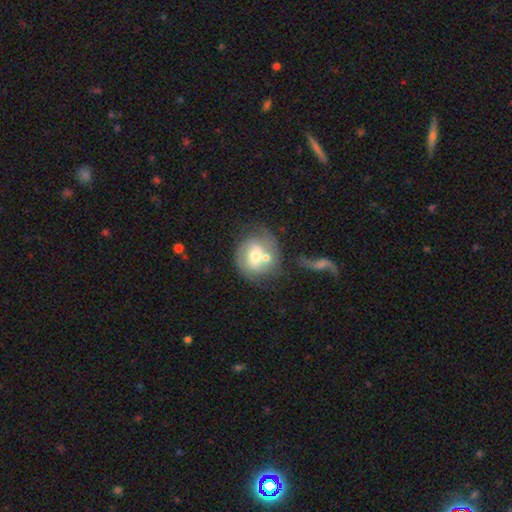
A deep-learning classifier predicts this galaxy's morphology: featured or disk 58%, smooth 36%, star or artifact 7%. Down the decision tree: edge-on disk — no (96%); bar — no (58%); spiral arms — yes (70%); bulge size — moderate (69%); merging — merger (41%).